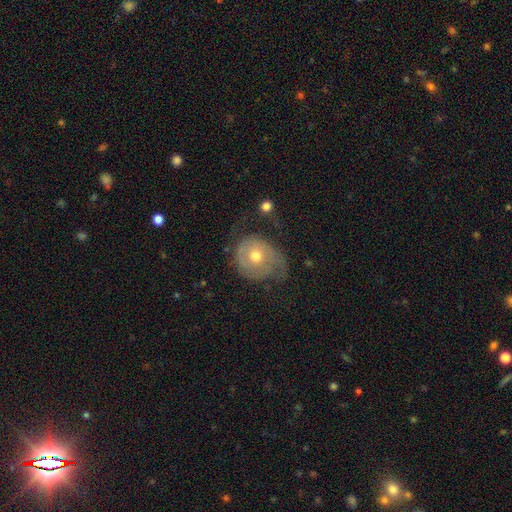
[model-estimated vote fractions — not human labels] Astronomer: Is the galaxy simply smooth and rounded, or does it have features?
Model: featured or disk — 57% (runner-up: smooth, 35%).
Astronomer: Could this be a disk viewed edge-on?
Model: no — 96%.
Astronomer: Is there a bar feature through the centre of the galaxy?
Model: no — 82%.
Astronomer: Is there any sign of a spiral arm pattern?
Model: yes — 67%.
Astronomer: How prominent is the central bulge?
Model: moderate — 72%.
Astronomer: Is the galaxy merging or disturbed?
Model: none — 39% (runner-up: minor disturbance, 29%).